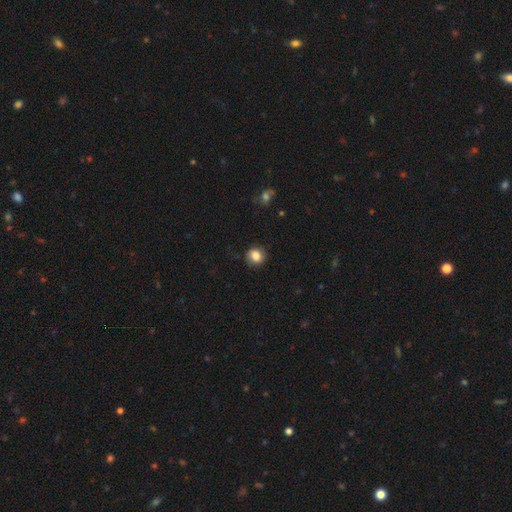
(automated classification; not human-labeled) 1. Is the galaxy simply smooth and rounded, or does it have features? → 81% smooth, 10% featured or disk, 9% star or artifact.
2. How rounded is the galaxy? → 75% round, 24% in between, 1% cigar-shaped.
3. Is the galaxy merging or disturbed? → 82% none, 13% minor disturbance, 4% major disturbance, 1% merger.